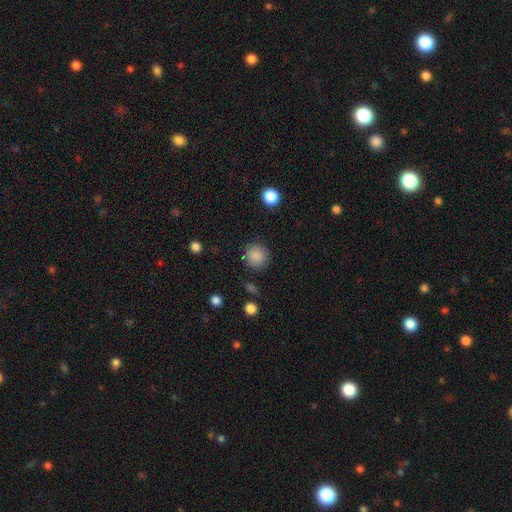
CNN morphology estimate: Smooth or featured?
  - smooth: 87% *
  - star or artifact: 10%
  - featured or disk: 4%
How rounded?
  - round: 93% *
  - in between: 6%
  - cigar-shaped: 1%
Merging?
  - none: 87% *
  - minor disturbance: 8%
  - major disturbance: 3%
  - merger: 2%